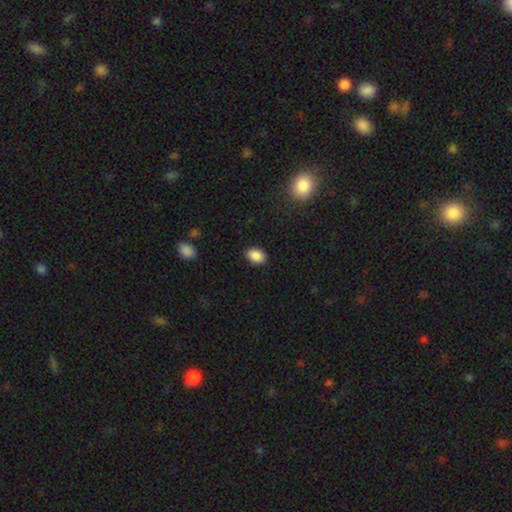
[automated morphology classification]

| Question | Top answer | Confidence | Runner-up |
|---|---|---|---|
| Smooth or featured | smooth | 89% | star or artifact (8%) |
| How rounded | in between | 75% | round (24%) |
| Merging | none | 88% | minor disturbance (9%) |